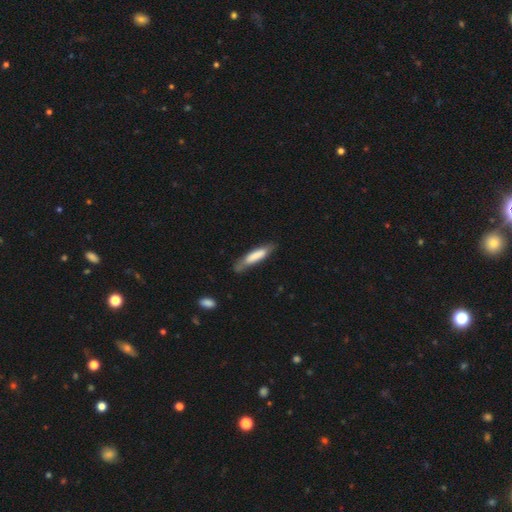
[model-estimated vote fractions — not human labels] Overall: smooth (72%). How rounded: cigar-shaped (80%). Merging: none (63%; minor disturbance 26%).